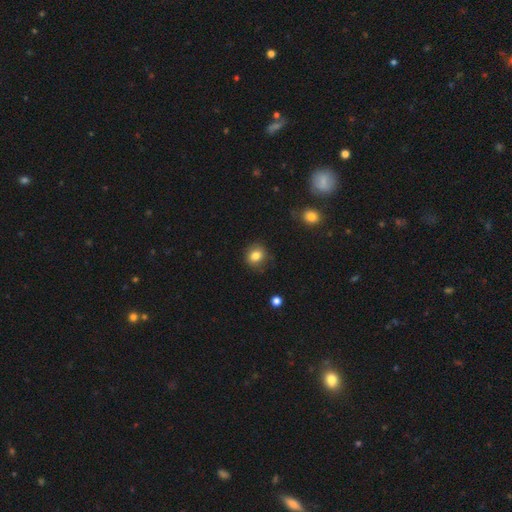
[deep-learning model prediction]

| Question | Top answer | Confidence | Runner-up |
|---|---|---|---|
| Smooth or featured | smooth | 82% | star or artifact (10%) |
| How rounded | round | 74% | in between (25%) |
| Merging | none | 83% | minor disturbance (13%) |